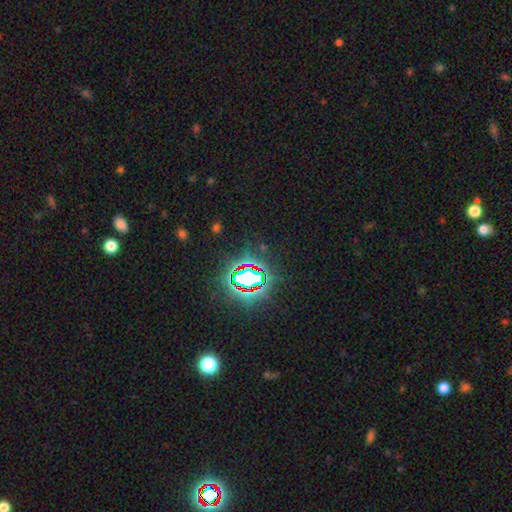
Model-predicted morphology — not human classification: The model was most divided on "smooth or featured": star or artifact: 82%, smooth: 11%, featured or disk: 7%.